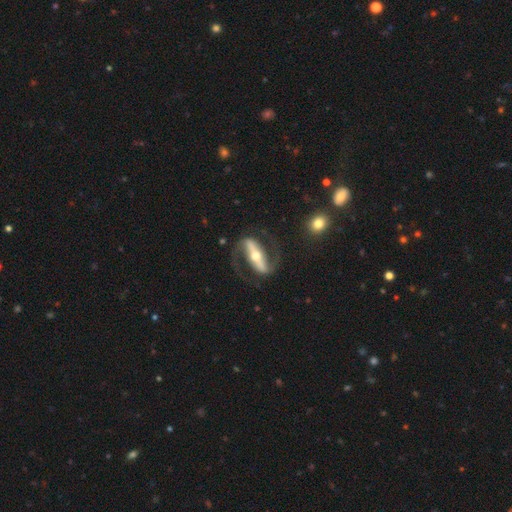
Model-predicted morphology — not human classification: A featured or disk galaxy (88%) with a strong bar (78%), 2 (92%) medium (47%) spiral arms (92%) and a moderate central bulge (58%).

Vote fractions:
- Smooth or featured? featured or disk: 88% / smooth: 8% / star or artifact: 4%
- Edge-on disk? no: 85% / yes: 15%
- Bar? strong: 78% / weak: 12% / no: 10%
- Spiral arms? yes: 92% / no: 8%
- Spiral winding? medium: 47% / loose: 35% / tight: 18%
- Spiral arm count? 2: 92% / 1: 3% / can't tell: 3% / 3: 1% / 4: 1% / more than 4: 1%
- Bulge size? moderate: 58% / small: 32% / large: 7% / dominant: 2% / none: 1%
- Merging? none: 76% / minor disturbance: 12% / major disturbance: 11% / merger: 2%